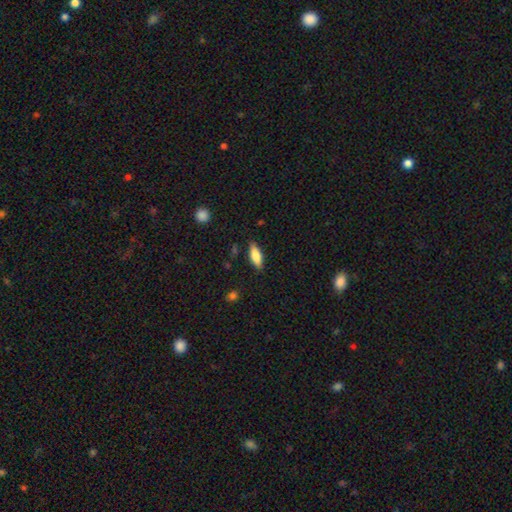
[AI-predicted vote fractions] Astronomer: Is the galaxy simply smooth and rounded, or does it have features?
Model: smooth — 75%.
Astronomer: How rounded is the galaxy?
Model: in between — 68%.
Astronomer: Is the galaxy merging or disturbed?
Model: none — 85%.